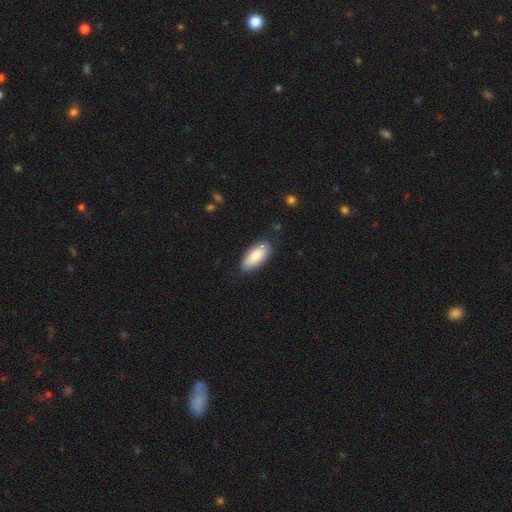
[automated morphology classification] smooth 82%, featured or disk 13%, star or artifact 6%. Down the decision tree: how rounded — in between (87%); merging — none (80%).